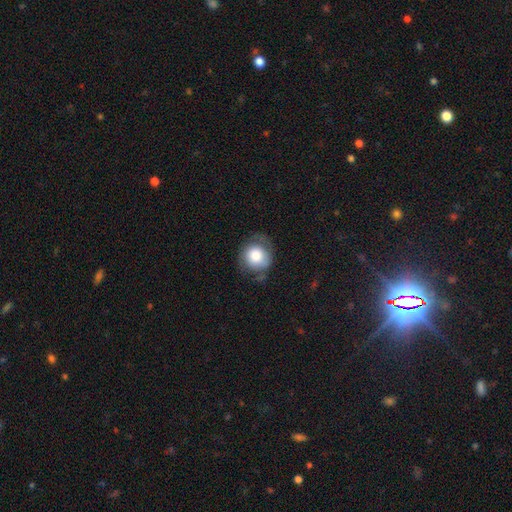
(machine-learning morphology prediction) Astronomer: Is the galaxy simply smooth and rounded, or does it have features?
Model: smooth — 76%.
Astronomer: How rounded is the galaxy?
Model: round — 84%.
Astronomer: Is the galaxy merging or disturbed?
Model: none — 57%.